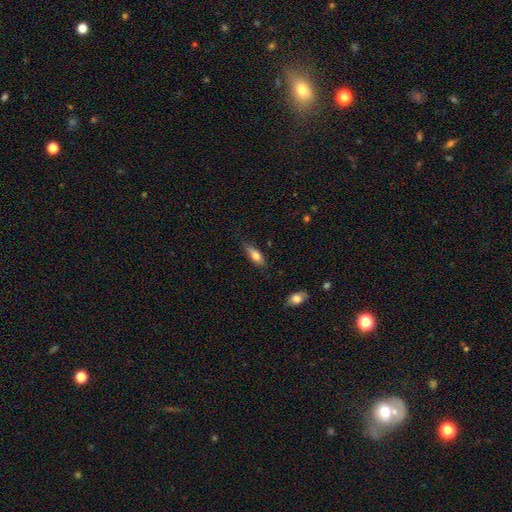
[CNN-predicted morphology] Q: Smooth or featured?
A: smooth (64%); runner-up: featured or disk (29%)
Q: How rounded?
A: in between (55%); runner-up: cigar-shaped (42%)
Q: Merging?
A: none (75%); runner-up: minor disturbance (19%)